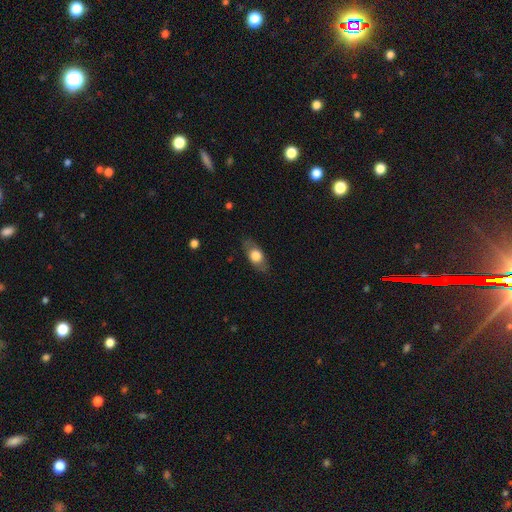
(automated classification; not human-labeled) A smooth galaxy with no disk features (66%) that is in between round and cigar-shaped (79%). Merging: none (80%).